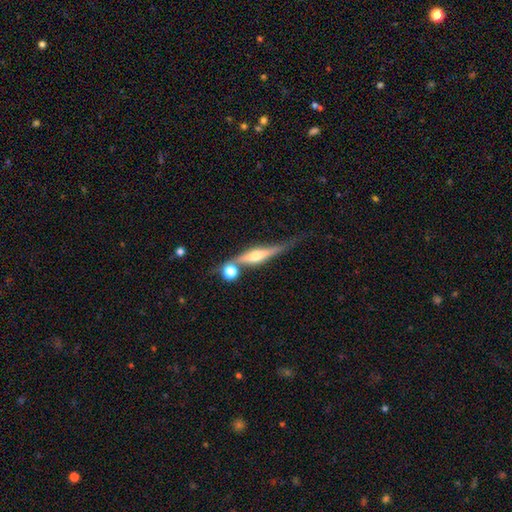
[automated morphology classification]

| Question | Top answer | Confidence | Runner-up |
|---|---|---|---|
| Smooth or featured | featured or disk | 69% | smooth (24%) |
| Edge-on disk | yes | 94% | no (6%) |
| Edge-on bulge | rounded | 85% | boxy (10%) |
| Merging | none | 54% | merger (24%) |